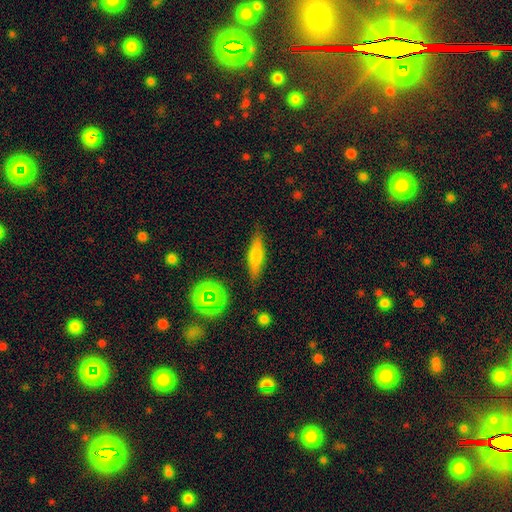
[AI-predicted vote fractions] Overall: smooth (65%; featured or disk 25%). How rounded: cigar-shaped (67%; in between 29%). Merging: none (83%).